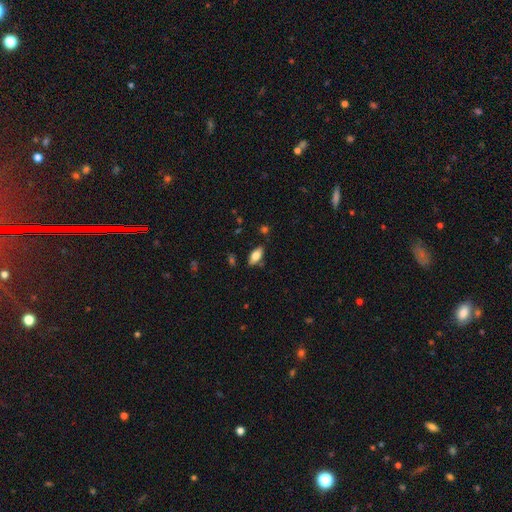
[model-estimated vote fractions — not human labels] Morphology: type=smooth (73%); roundness=in between (87%); merging=none (82%).